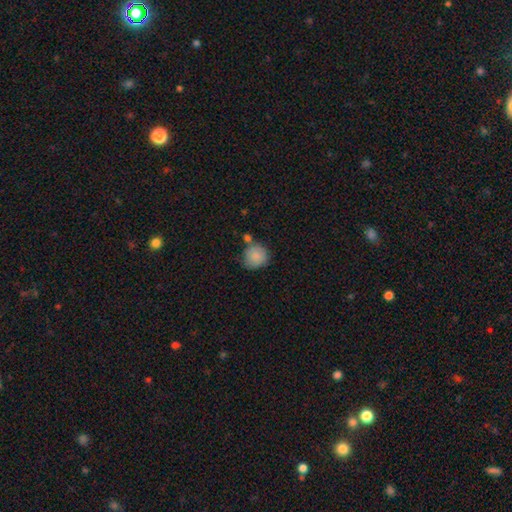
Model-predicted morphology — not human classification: This is clearly a smooth galaxy (87%). How rounded: clearly round (89%). Merging: likely none (64%).